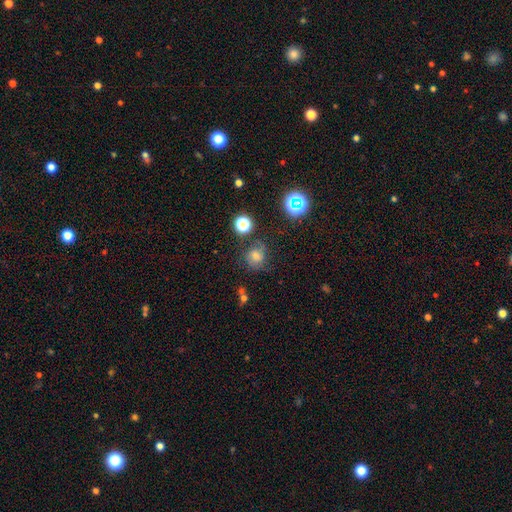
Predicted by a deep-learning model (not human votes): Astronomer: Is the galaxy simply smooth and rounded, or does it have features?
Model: smooth — 46% (runner-up: star or artifact, 27%).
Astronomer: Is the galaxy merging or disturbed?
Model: none — 65%.